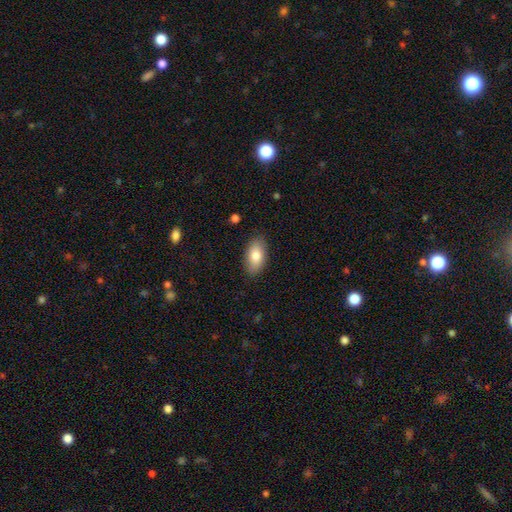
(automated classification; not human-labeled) This is clearly a smooth galaxy (81%). How rounded: clearly in between (93%). Merging: clearly none (87%).